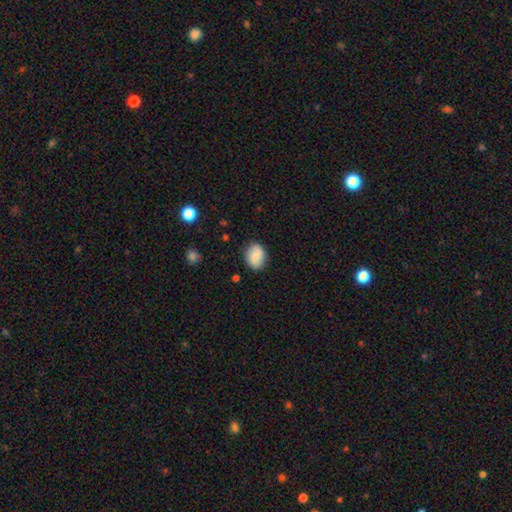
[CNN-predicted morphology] smooth-or-featured: smooth: 83% | featured or disk: 10% | star or artifact: 7%
  how-rounded: in between: 64% | round: 35% | cigar-shaped: 1%
  merging: none: 82% | minor disturbance: 14% | major disturbance: 3% | merger: 1%